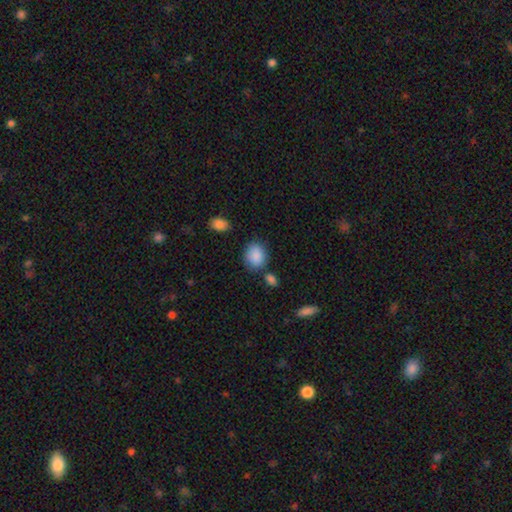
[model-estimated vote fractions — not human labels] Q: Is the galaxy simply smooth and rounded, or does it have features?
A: smooth — 88%.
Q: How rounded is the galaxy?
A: round — 54%.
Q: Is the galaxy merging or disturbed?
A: none — 72%.